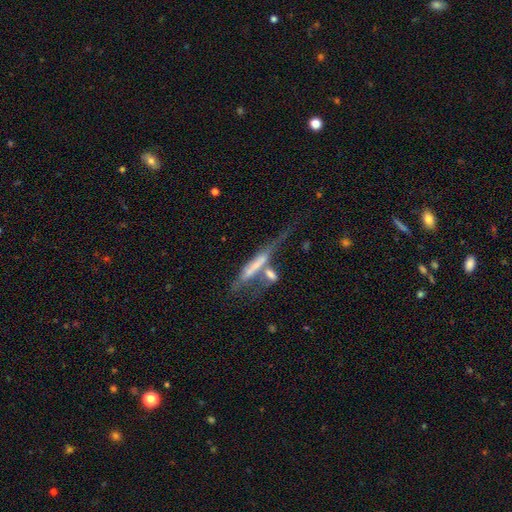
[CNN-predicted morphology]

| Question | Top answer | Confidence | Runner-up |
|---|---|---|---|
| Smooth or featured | featured or disk | 56% | smooth (33%) |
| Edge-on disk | yes | 85% | no (15%) |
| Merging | none | 43% | merger (24%) |